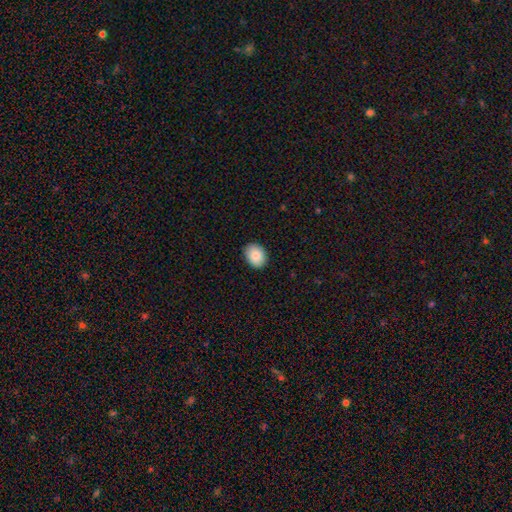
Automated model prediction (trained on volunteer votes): A smooth galaxy with no disk features (88%) that is in between round and cigar-shaped (63%).

Vote fractions:
- Smooth or featured? smooth: 88% / star or artifact: 7% / featured or disk: 5%
- How rounded? in between: 63% / round: 36% / cigar-shaped: 1%
- Merging? none: 89% / minor disturbance: 8% / major disturbance: 2% / merger: 1%